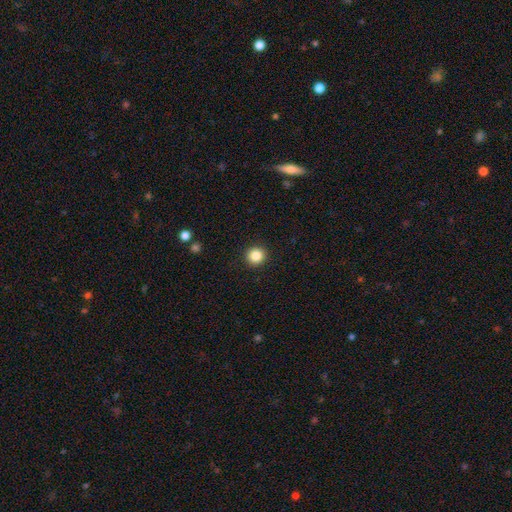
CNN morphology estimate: type=smooth (86%); roundness=round (94%); merging=none (93%).